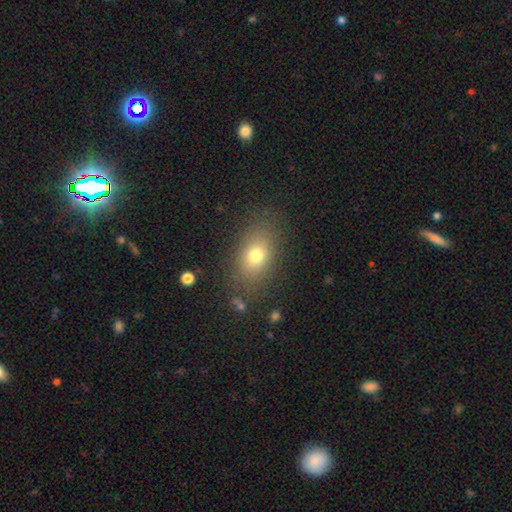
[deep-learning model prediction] A smooth galaxy with no disk features (74%) that is in between round and cigar-shaped (78%).

Vote fractions:
- Smooth or featured? smooth: 74% / featured or disk: 14% / star or artifact: 12%
- How rounded? in between: 78% / round: 19% / cigar-shaped: 3%
- Merging? none: 82% / minor disturbance: 11% / major disturbance: 5% / merger: 2%